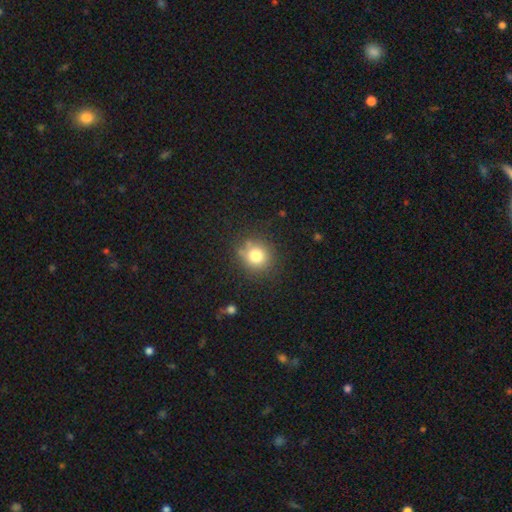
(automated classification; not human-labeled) A smooth galaxy with no disk features (78%) that is round (87%).

Vote fractions:
- Smooth or featured? smooth: 78% / star or artifact: 13% / featured or disk: 9%
- How rounded? round: 87% / in between: 12% / cigar-shaped: 1%
- Merging? none: 79% / minor disturbance: 13% / major disturbance: 4% / merger: 4%